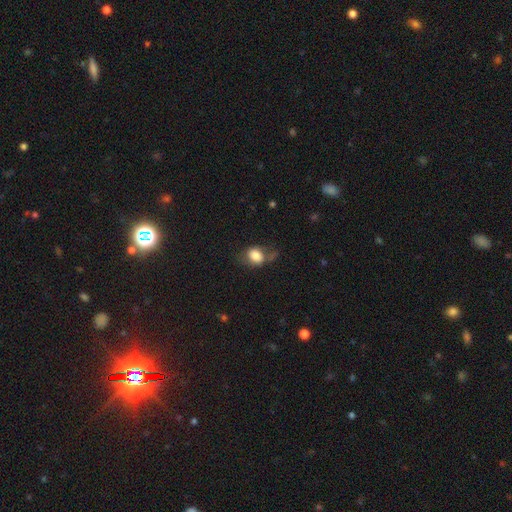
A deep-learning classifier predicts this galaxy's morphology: Overall: smooth (79%). How rounded: in between (58%; round 40%). Merging: none (47%; minor disturbance 29%).